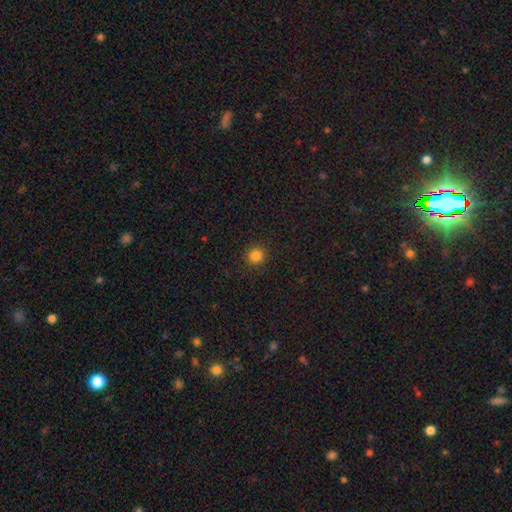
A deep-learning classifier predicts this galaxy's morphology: Q: Smooth or featured?
A: smooth (83%); runner-up: star or artifact (13%)
Q: How rounded?
A: round (93%); runner-up: in between (6%)
Q: Merging?
A: none (91%); runner-up: minor disturbance (6%)